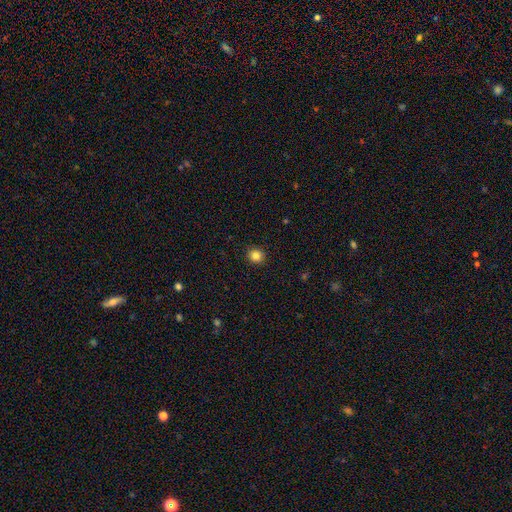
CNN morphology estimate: Smooth or featured? Predicted: smooth (p=0.84). How rounded? Predicted: round (p=0.88). Merging? Predicted: none (p=0.92).